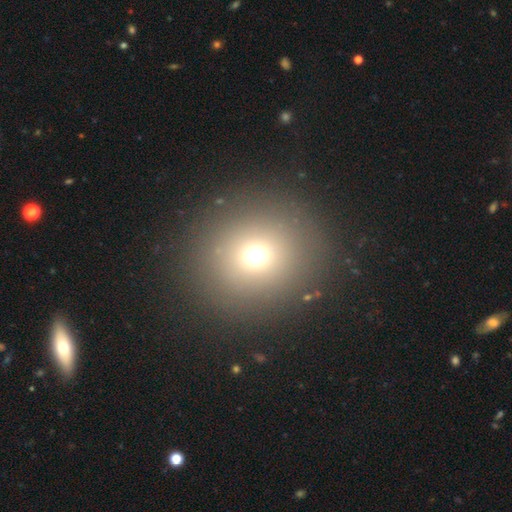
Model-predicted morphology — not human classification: A smooth galaxy with no disk features (68%) that is round (90%). Merging: none (88%).